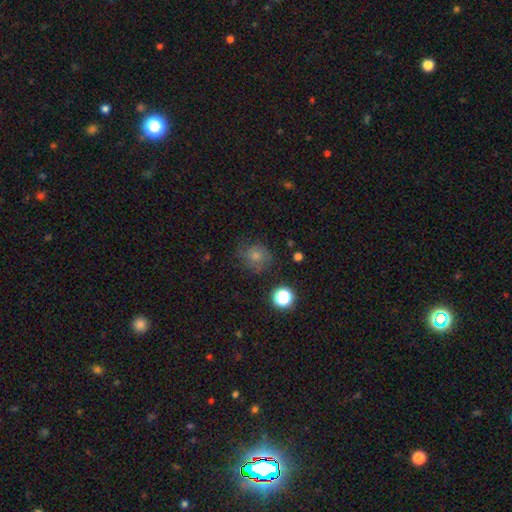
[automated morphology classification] A smooth galaxy with no disk features (50%) that is round (82%).

Vote fractions:
- Smooth or featured? smooth: 50% / star or artifact: 27% / featured or disk: 23%
- How rounded? round: 82% / in between: 17% / cigar-shaped: 1%
- Merging? none: 76% / minor disturbance: 16% / major disturbance: 6% / merger: 2%